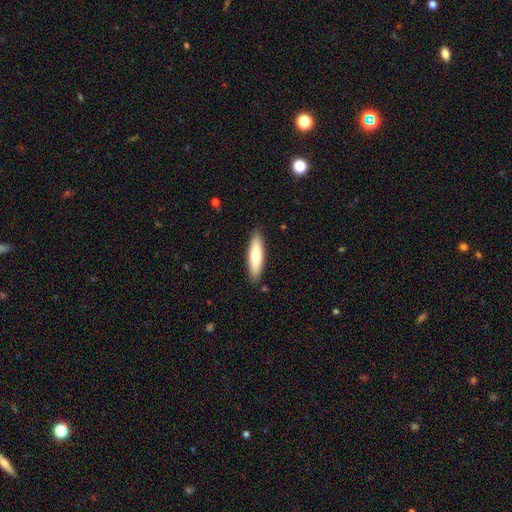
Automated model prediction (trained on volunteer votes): Smooth or featured? smooth (69%)
How rounded? cigar-shaped (67%)
Merging? none (88%)